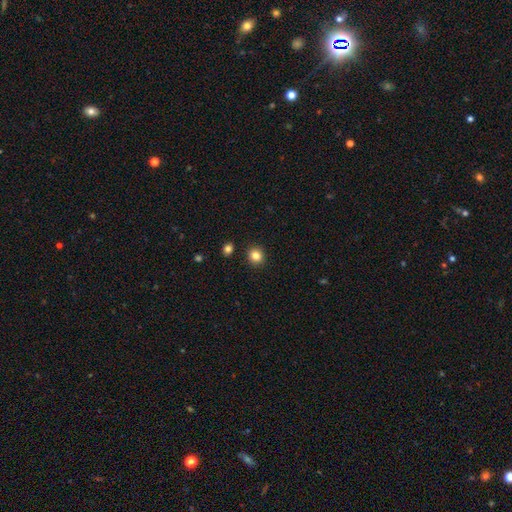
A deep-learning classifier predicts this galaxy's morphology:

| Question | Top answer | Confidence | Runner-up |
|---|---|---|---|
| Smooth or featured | smooth | 84% | star or artifact (11%) |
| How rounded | round | 85% | in between (14%) |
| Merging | none | 91% | minor disturbance (6%) |